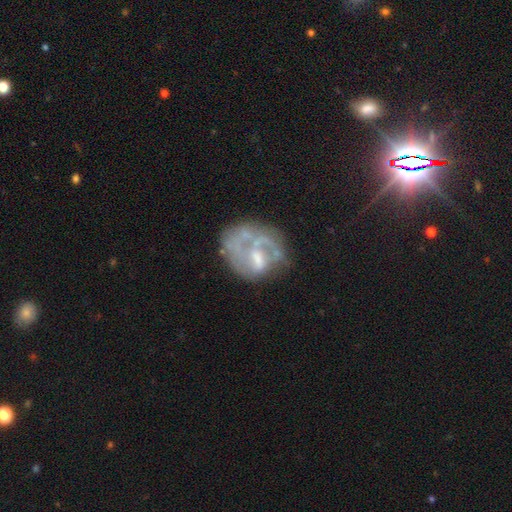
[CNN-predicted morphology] Q: Smooth or featured?
A: featured or disk (70%); runner-up: smooth (22%)
Q: Edge-on disk?
A: no (98%); runner-up: yes (2%)
Q: Bar?
A: no (51%); runner-up: weak (38%)
Q: Spiral arms?
A: no (50%); tied with: yes (50%)
Q: Bulge size?
A: moderate (35%); runner-up: none (33%)
Q: Merging?
A: none (44%); runner-up: major disturbance (29%)